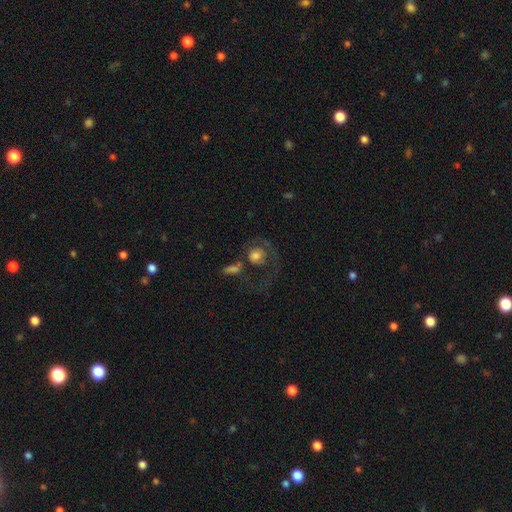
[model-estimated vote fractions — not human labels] smooth_or_featured: smooth (p=0.54) [alt: featured or disk p=0.36]
how_rounded: round (p=0.78) [alt: in between p=0.21]
merging: major disturbance (p=0.39) [alt: none p=0.30]